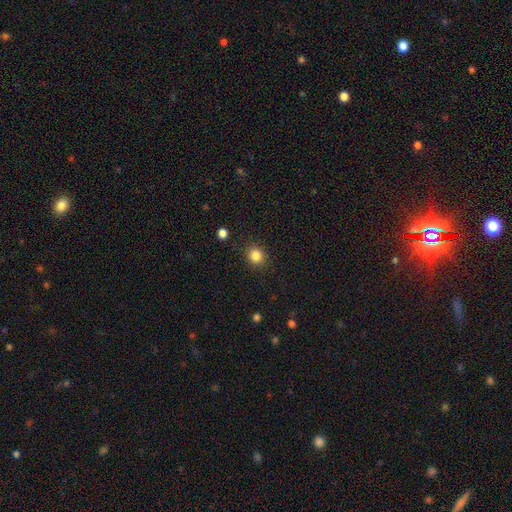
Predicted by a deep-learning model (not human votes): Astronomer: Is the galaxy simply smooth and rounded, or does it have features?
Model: smooth — 85%.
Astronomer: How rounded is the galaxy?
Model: round — 77%.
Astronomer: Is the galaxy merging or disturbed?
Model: none — 88%.